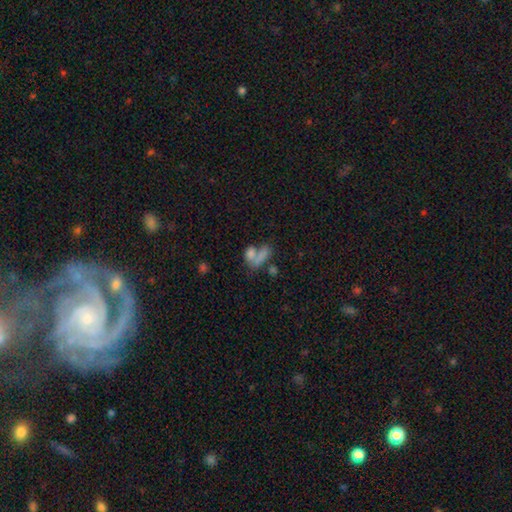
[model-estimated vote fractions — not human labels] smooth 70%, featured or disk 17%, star or artifact 12%. Down the decision tree: how rounded — in between (77%); merging — merger (55%).